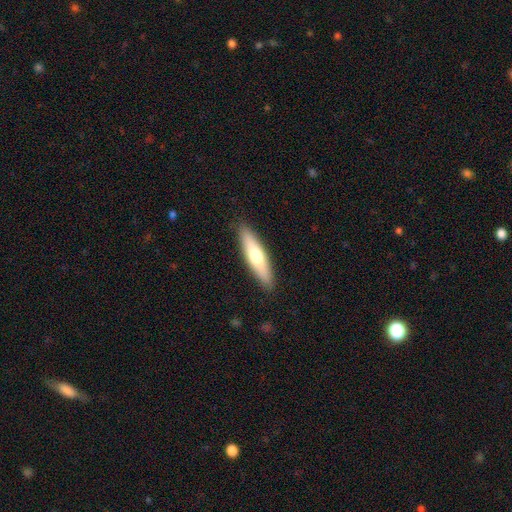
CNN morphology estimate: Smooth or featured? smooth (63%)
How rounded? cigar-shaped (75%)
Merging? none (89%)